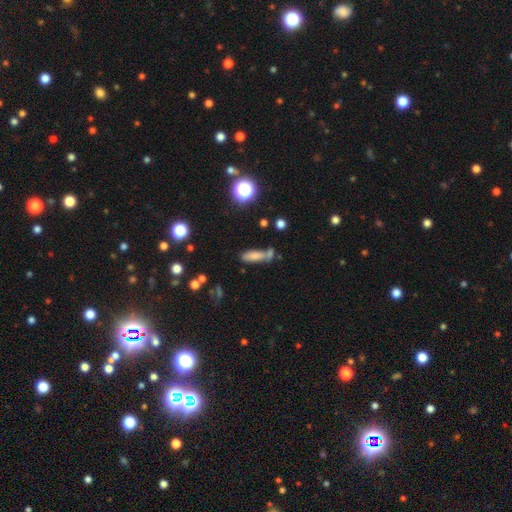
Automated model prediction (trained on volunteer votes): smooth-or-featured: smooth: 73% | star or artifact: 14% | featured or disk: 13%
  how-rounded: in between: 53% | cigar-shaped: 43% | round: 4%
  merging: none: 45% | merger: 29% | minor disturbance: 18% | major disturbance: 8%